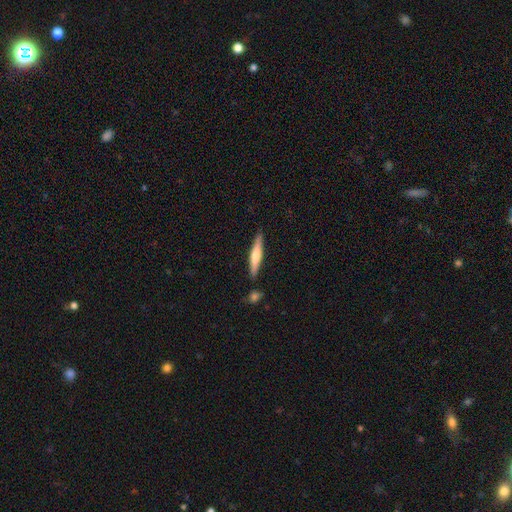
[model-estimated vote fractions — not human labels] Morphology: type=smooth (53%); roundness=cigar-shaped (90%); merging=none (86%).